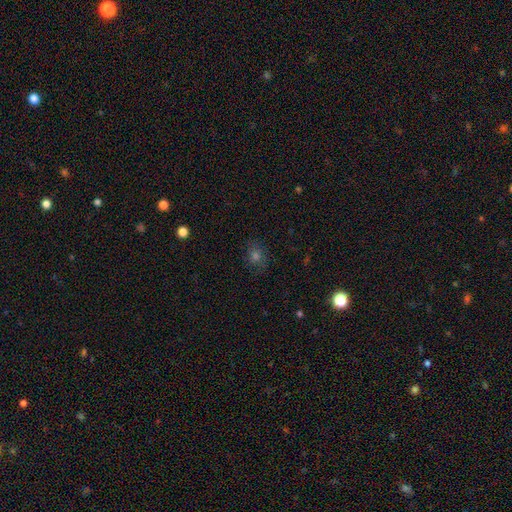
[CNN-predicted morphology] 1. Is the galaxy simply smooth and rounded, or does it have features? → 54% smooth, 28% star or artifact, 17% featured or disk.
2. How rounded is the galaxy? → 70% round, 29% in between, 1% cigar-shaped.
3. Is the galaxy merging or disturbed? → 80% none, 13% minor disturbance, 5% major disturbance, 1% merger.